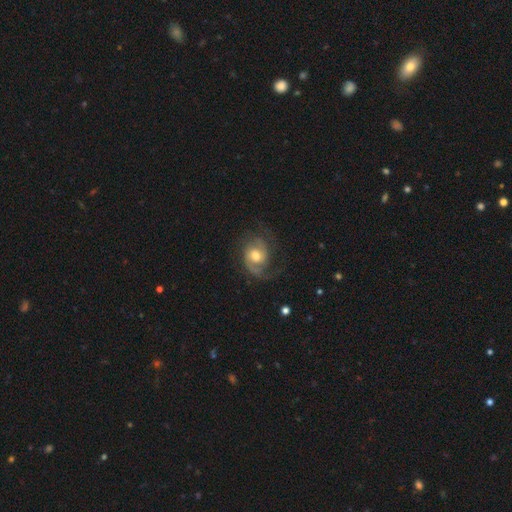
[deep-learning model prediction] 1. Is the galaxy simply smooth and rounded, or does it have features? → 77% featured or disk, 17% smooth, 6% star or artifact.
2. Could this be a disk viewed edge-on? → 97% no, 3% yes.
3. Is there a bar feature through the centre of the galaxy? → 61% no, 33% weak, 6% strong.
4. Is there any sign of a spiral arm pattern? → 93% yes, 7% no.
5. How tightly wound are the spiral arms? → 45% medium, 30% tight, 25% loose.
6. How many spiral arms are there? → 54% 2, 26% 1, 11% can't tell, 5% 3, 2% 4, 2% more than 4.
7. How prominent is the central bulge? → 70% moderate, 16% small, 12% large, 1% none, 1% dominant.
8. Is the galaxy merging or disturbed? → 60% none, 20% minor disturbance, 18% major disturbance, 2% merger.